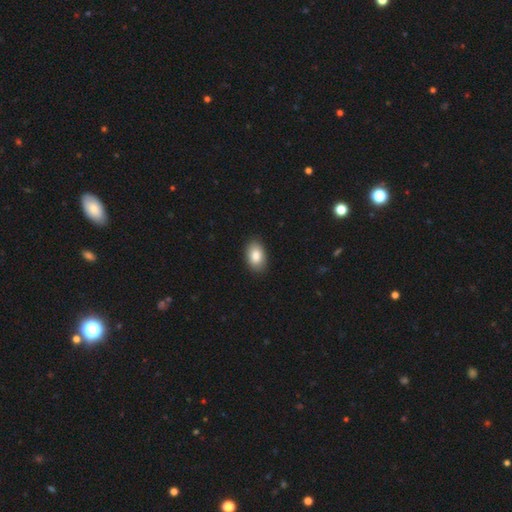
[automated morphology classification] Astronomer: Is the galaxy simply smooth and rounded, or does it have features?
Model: smooth — 85%.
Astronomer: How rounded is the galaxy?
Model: in between — 90%.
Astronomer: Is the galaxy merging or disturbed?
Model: none — 89%.